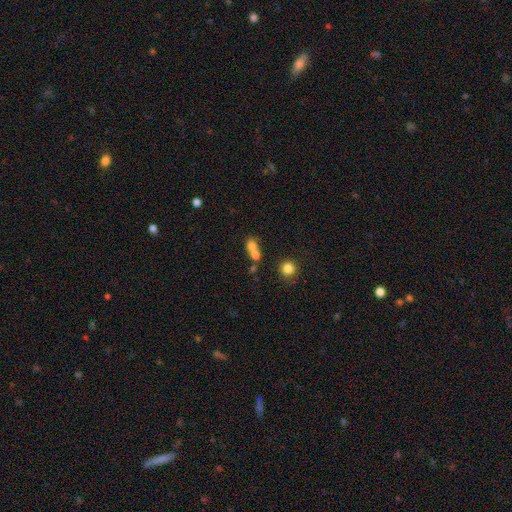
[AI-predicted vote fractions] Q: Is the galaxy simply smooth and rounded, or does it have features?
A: smooth — 64%.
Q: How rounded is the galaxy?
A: round — 68%.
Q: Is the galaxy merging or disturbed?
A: merger — 48%.